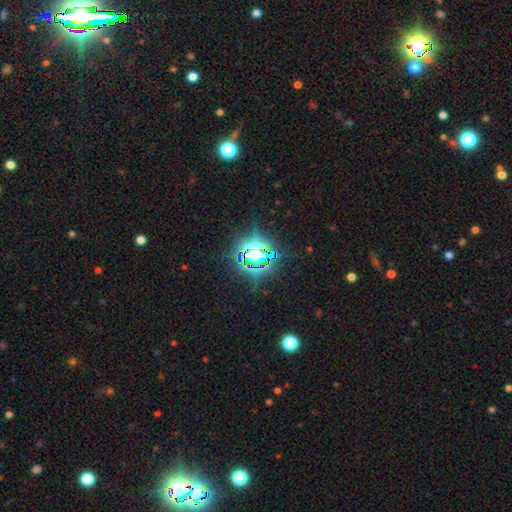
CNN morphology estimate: Overall: star or artifact (79%).